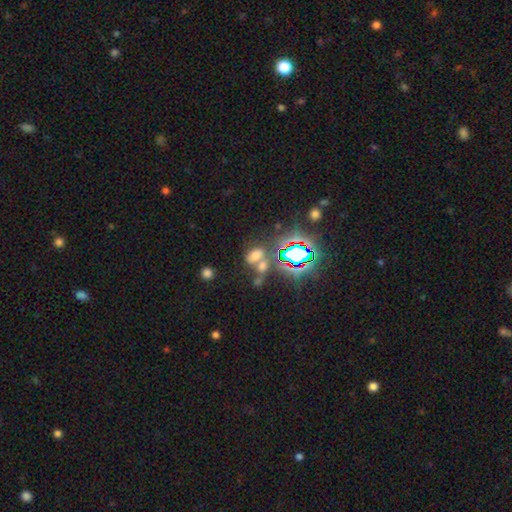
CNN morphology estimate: type=smooth (50%); merging=none (42%).